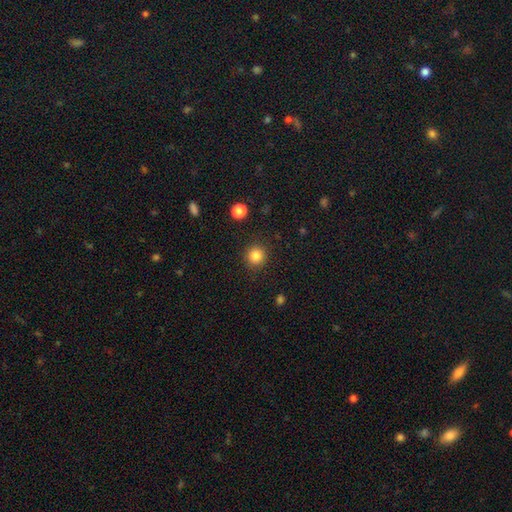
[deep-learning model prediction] Q: Smooth or featured?
A: smooth (84%); runner-up: star or artifact (11%)
Q: How rounded?
A: round (94%); runner-up: in between (5%)
Q: Merging?
A: none (91%); runner-up: minor disturbance (6%)